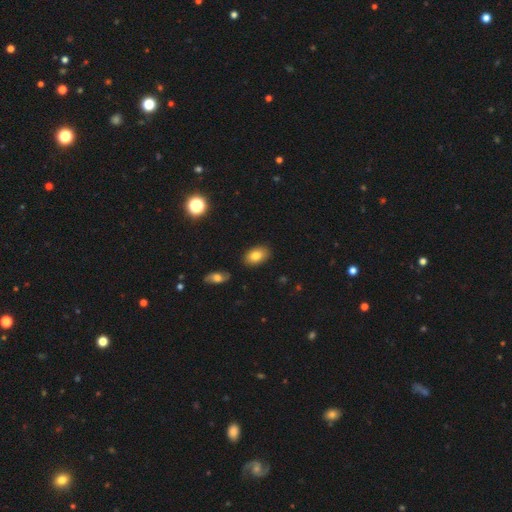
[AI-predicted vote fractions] This appears to be a smooth galaxy with no disk features (81%) that is in between round and cigar-shaped (90%). Merging: none (86%).